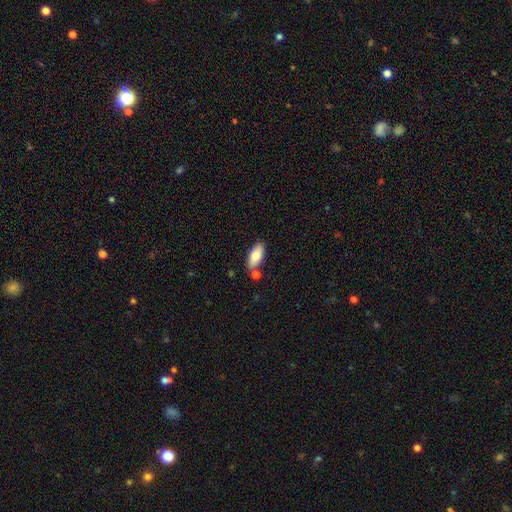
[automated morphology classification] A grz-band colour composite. It shows a smooth galaxy with no disk features (76%) that is in between round and cigar-shaped (86%). Merging: none (75%).